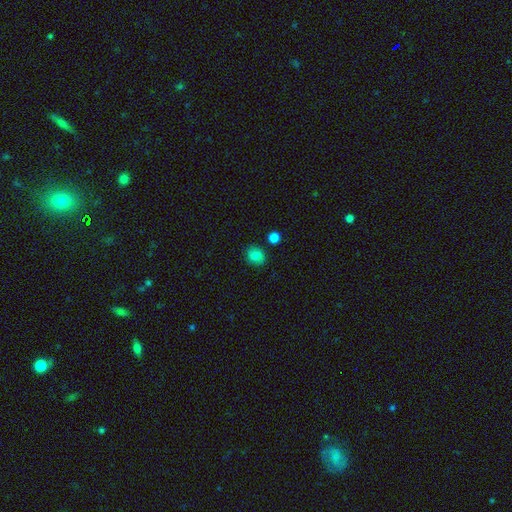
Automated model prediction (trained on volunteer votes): This appears to be a smooth galaxy with no disk features (83%) that is round (63%). Merging: none (83%).